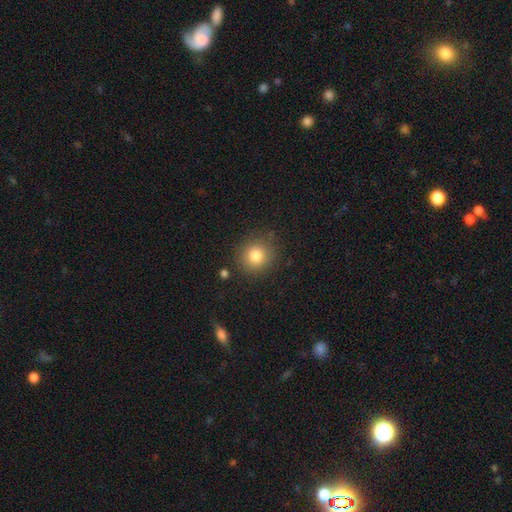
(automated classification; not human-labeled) Overall: smooth (82%). How rounded: round (89%). Merging: none (86%).